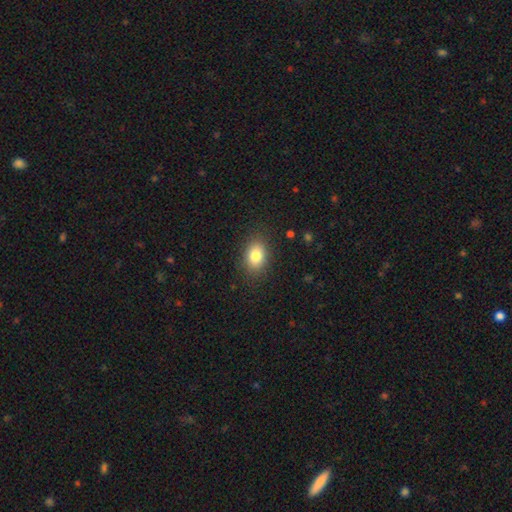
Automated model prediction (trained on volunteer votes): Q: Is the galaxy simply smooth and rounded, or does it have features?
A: smooth — 82%.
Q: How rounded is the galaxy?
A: in between — 74%.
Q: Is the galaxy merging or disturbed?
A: none — 86%.